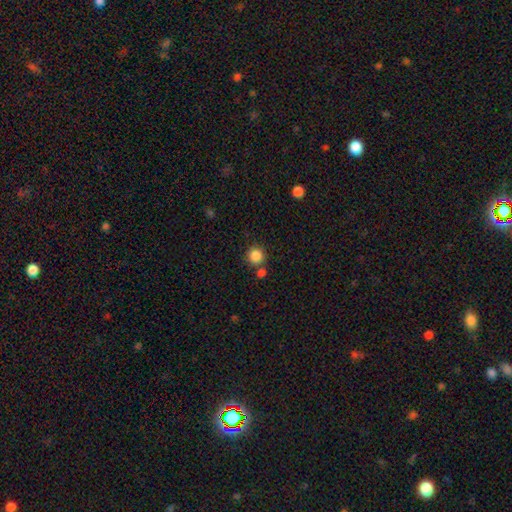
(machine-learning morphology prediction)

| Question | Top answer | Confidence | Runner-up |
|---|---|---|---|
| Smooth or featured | smooth | 86% | star or artifact (11%) |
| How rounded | round | 93% | in between (6%) |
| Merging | none | 78% | merger (12%) |